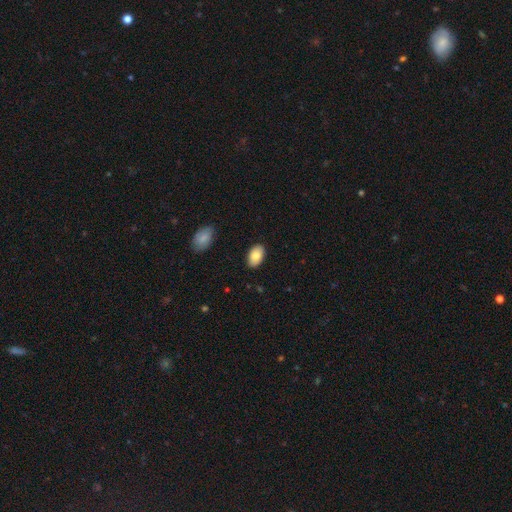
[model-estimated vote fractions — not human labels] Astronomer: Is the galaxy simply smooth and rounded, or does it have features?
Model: smooth — 85%.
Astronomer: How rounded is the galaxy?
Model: in between — 94%.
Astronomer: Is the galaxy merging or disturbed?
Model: none — 88%.